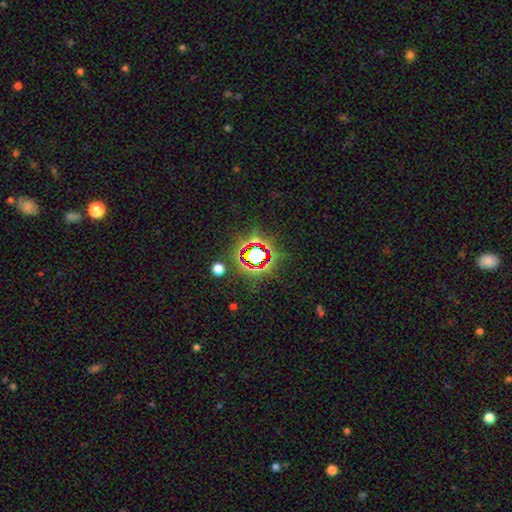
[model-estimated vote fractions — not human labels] This appears to be a star or artifact, not a galaxy (72%).